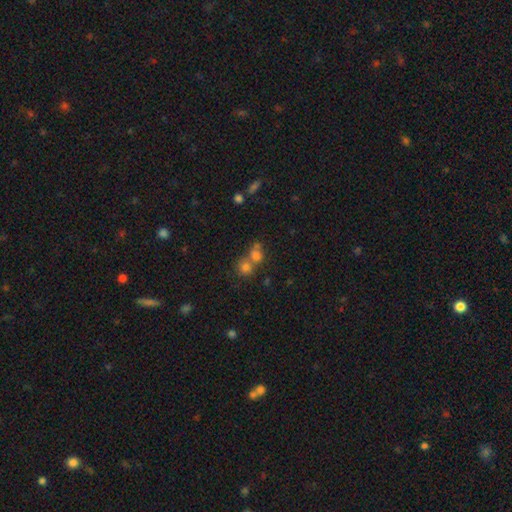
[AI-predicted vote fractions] Smooth or featured?
  - smooth: 70% *
  - star or artifact: 18%
  - featured or disk: 12%
How rounded?
  - round: 72% *
  - in between: 26%
  - cigar-shaped: 2%
Merging?
  - merger: 51% *
  - none: 37%
  - minor disturbance: 7%
  - major disturbance: 4%